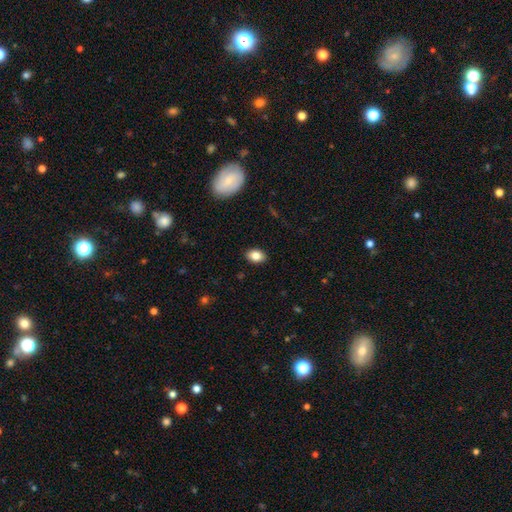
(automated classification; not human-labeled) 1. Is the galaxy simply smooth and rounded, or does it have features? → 84% smooth, 9% star or artifact, 7% featured or disk.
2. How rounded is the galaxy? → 79% in between, 20% round, 1% cigar-shaped.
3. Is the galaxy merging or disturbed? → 89% none, 8% minor disturbance, 2% major disturbance, 1% merger.